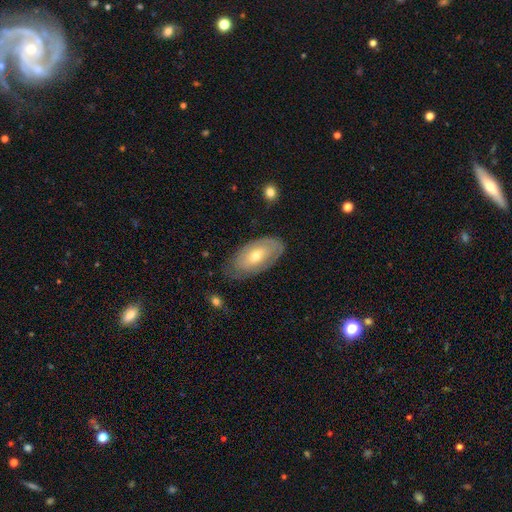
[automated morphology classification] A featured or disk galaxy (48%). Merging: none (72%).